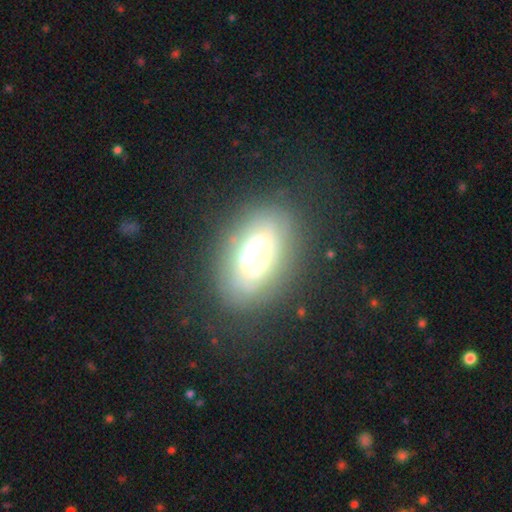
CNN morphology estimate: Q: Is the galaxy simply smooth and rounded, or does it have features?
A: smooth — 45%.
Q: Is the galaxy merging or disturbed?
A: none — 72%.